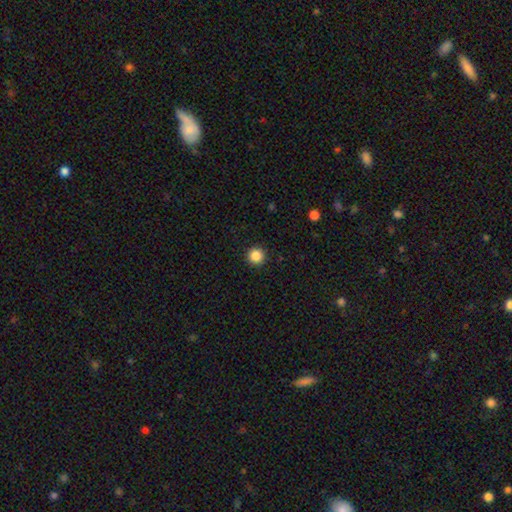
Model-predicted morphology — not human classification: This is clearly a smooth galaxy (87%). How rounded: clearly round (96%). Merging: clearly none (93%).